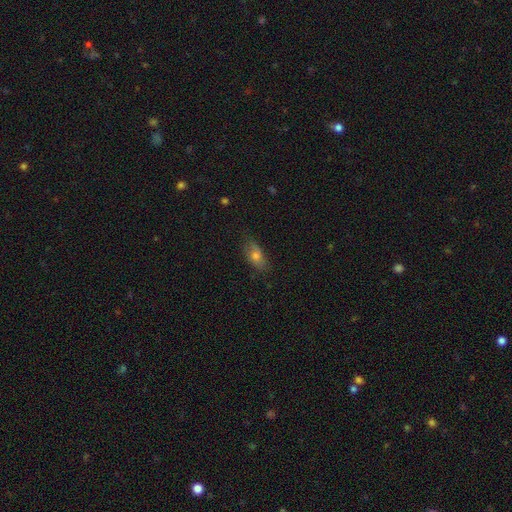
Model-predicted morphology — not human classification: Overall: smooth (64%; featured or disk 25%). How rounded: in between (81%). Merging: none (73%).